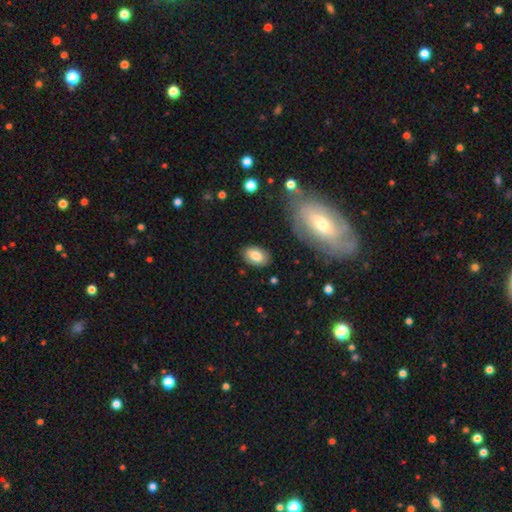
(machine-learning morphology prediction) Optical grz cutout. It shows a smooth galaxy with no disk features (80%) that is in between round and cigar-shaped (88%). Merging: none (85%).